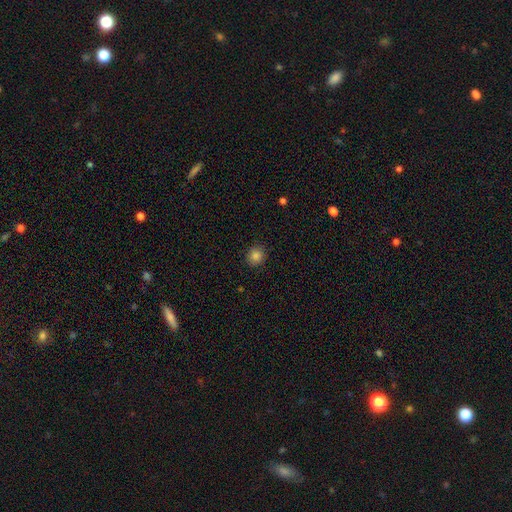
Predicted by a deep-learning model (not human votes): Smooth or featured? smooth (84%)
How rounded? round (85%)
Merging? none (90%)